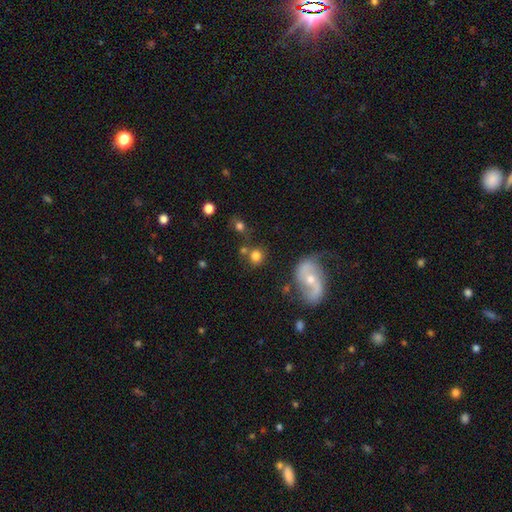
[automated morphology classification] A smooth galaxy with no disk features (76%) that is round (85%). Merging: none (66%).